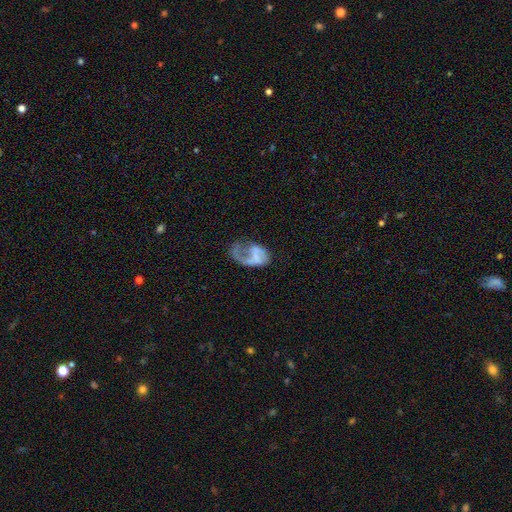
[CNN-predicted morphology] smooth-or-featured: featured or disk: 59% | smooth: 32% | star or artifact: 9%
  disk-edge-on: no: 98% | yes: 2%
    bar: no: 64% | weak: 27% | strong: 9%
    has-spiral-arms: yes: 56% | no: 44%
    bulge-size: none: 66% | small: 17% | moderate: 11% | large: 4% | dominant: 2%
  merging: major disturbance: 54% | none: 23% | minor disturbance: 17% | merger: 6%